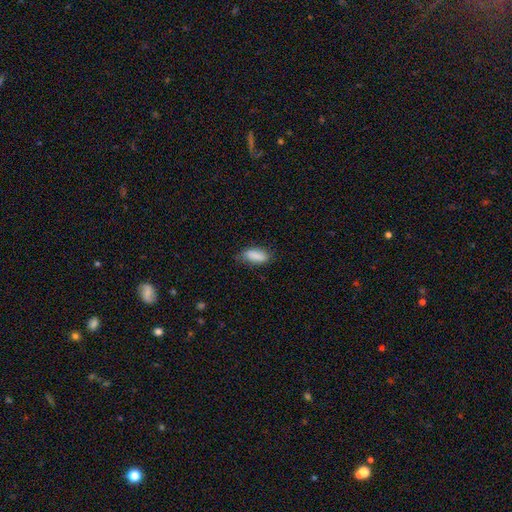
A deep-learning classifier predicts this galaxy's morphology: Smooth or featured? smooth (87%)
How rounded? in between (82%)
Merging? none (70%)